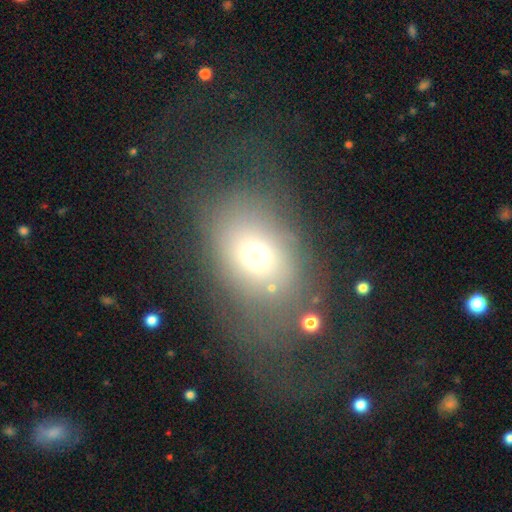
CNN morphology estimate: Smooth or featured? smooth (61%)
How rounded? in between (62%)
Merging? none (45%)